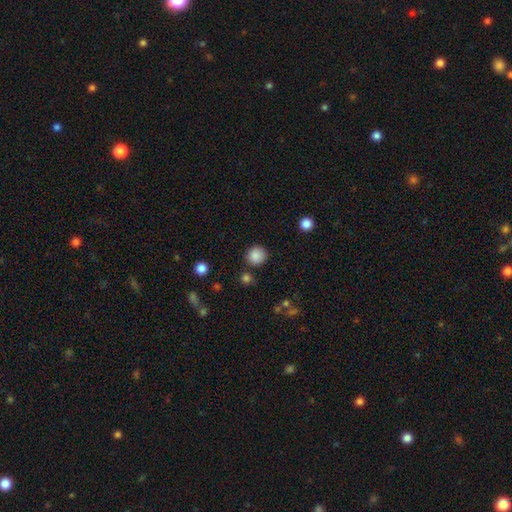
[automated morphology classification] smooth_or_featured: smooth (p=0.86) [alt: star or artifact p=0.10]
how_rounded: round (p=0.89) [alt: in between p=0.10]
merging: none (p=0.84) [alt: minor disturbance p=0.09]